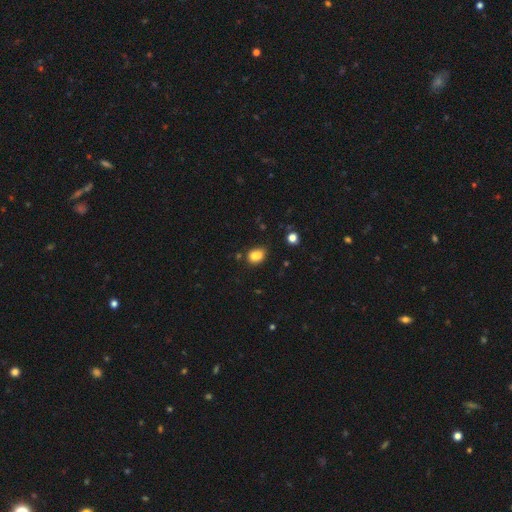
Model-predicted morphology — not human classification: Smooth or featured?
  - smooth: 76% *
  - featured or disk: 12%
  - star or artifact: 12%
How rounded?
  - in between: 52% *
  - round: 47%
  - cigar-shaped: 1%
Merging?
  - none: 42% *
  - merger: 37%
  - minor disturbance: 16%
  - major disturbance: 6%